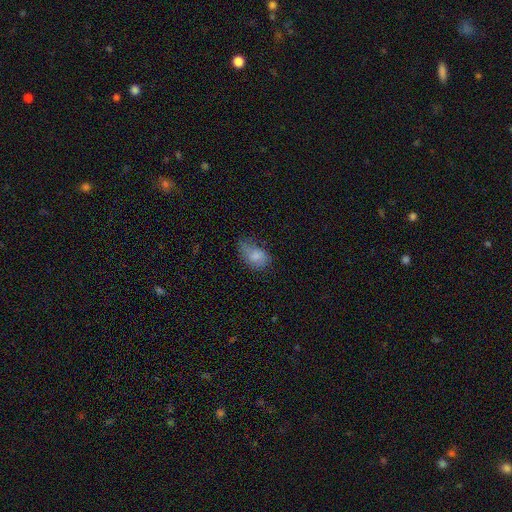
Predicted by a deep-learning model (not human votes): Smooth or featured: smooth — 76% (featured or disk — 15%)
How rounded: in between — 86% (round — 12%)
Merging: none — 41% (minor disturbance — 37%)